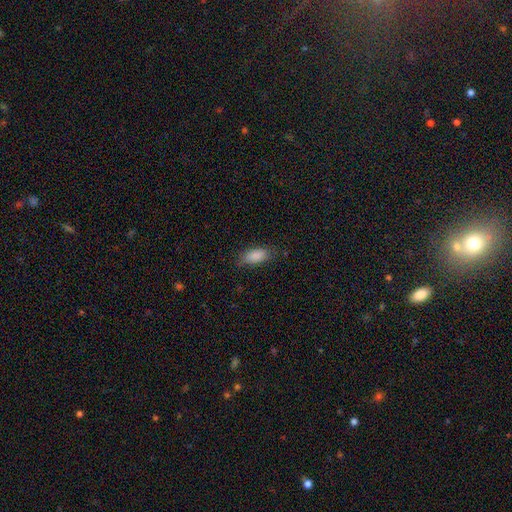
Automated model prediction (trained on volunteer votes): This is clearly a smooth galaxy (87%). How rounded: clearly in between (87%). Merging: likely none (77%).